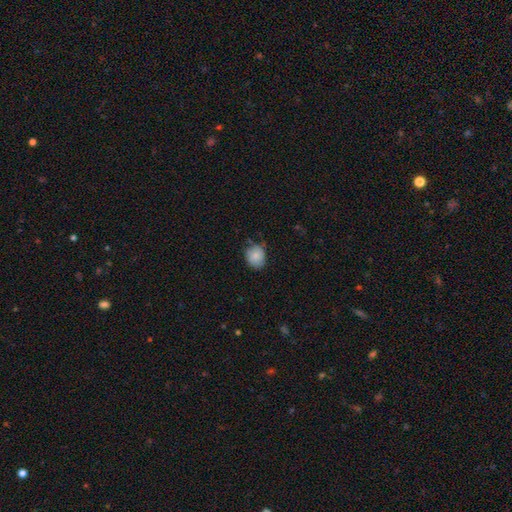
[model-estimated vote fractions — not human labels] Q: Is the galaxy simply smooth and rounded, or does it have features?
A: smooth — 84%.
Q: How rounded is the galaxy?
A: round — 67%.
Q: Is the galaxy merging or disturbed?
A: none — 70%.